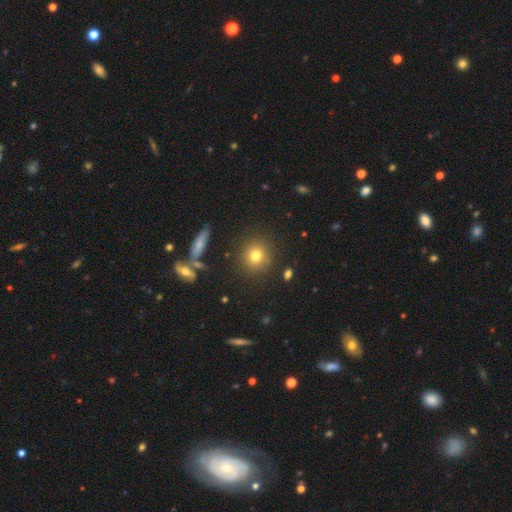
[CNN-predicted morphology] Smooth or featured: smooth — 76% (star or artifact — 14%)
How rounded: round — 89% (in between — 10%)
Merging: none — 85% (minor disturbance — 8%)